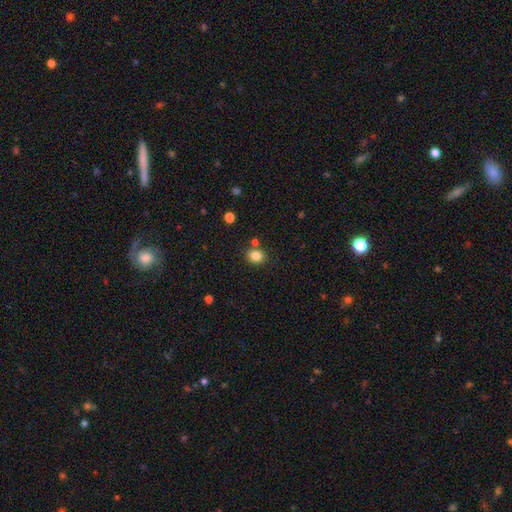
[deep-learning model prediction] Overall: smooth (83%). How rounded: round (67%; in between 32%). Merging: none (79%).